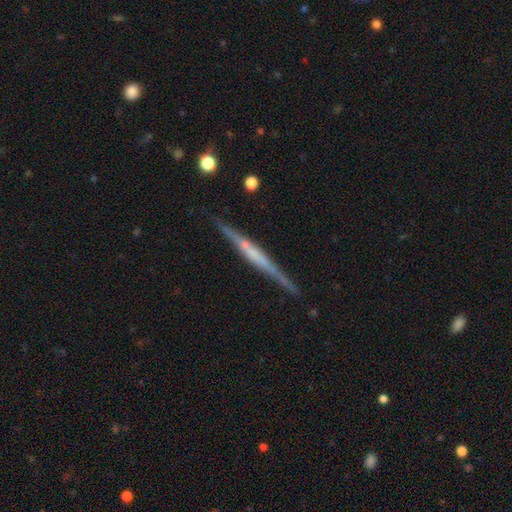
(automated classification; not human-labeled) Smooth or featured? featured or disk (71%)
Edge-on disk? yes (97%)
Edge-on bulge? none (48%)
Merging? none (83%)